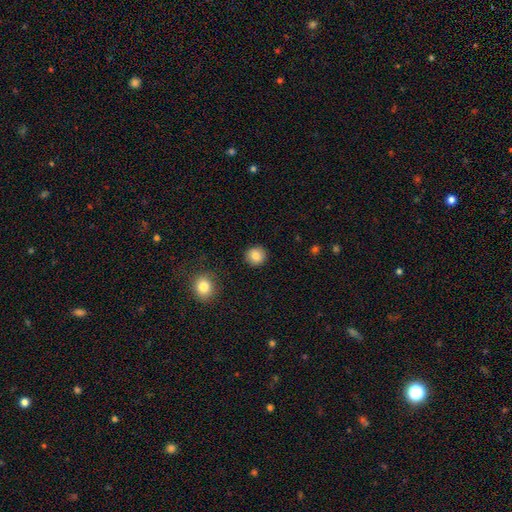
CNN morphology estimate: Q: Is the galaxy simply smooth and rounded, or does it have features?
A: smooth — 86%.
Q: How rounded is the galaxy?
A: round — 92%.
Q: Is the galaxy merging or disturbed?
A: none — 91%.